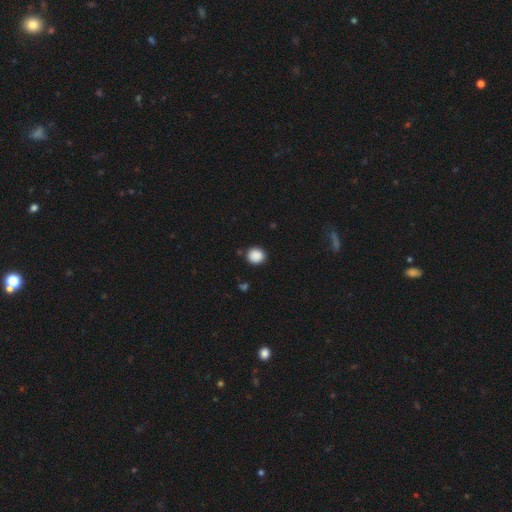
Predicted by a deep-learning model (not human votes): The model was most divided on "how rounded": round: 86%, in between: 13%, cigar-shaped: 1%. More confident: smooth or featured — smooth (88%); merging — none (88%).